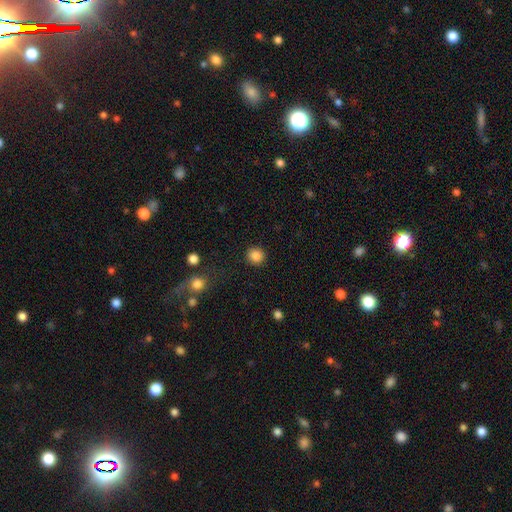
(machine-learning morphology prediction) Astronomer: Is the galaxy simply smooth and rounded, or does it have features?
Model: smooth — 86%.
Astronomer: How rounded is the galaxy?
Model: round — 90%.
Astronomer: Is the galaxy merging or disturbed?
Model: none — 91%.